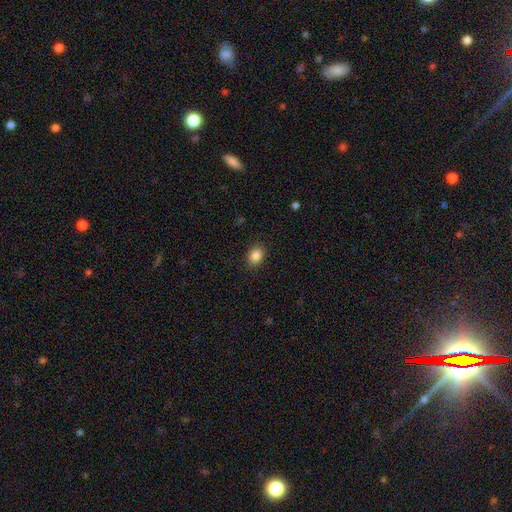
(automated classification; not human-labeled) smooth 86%, star or artifact 9%, featured or disk 5%. Down the decision tree: how rounded — in between (63%); merging — none (88%).